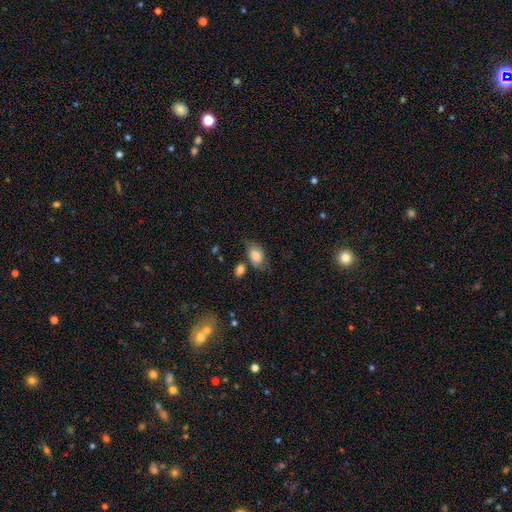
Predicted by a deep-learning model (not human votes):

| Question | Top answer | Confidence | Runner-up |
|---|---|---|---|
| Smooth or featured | smooth | 74% | featured or disk (18%) |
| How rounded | in between | 83% | round (15%) |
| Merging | none | 56% | minor disturbance (25%) |